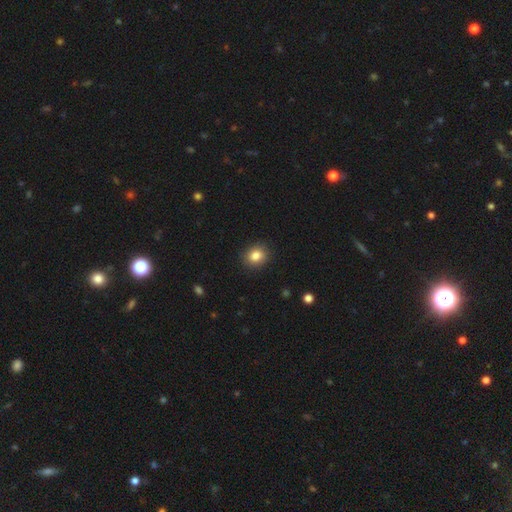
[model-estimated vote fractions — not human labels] This appears to be a smooth galaxy with no disk features (84%) that is round (65%). Merging: none (89%).